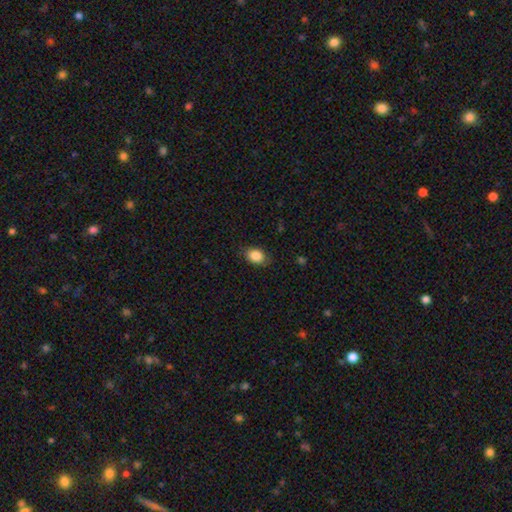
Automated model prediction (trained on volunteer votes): This is clearly a smooth galaxy (86%). How rounded: likely in between (73%). Merging: clearly none (82%).